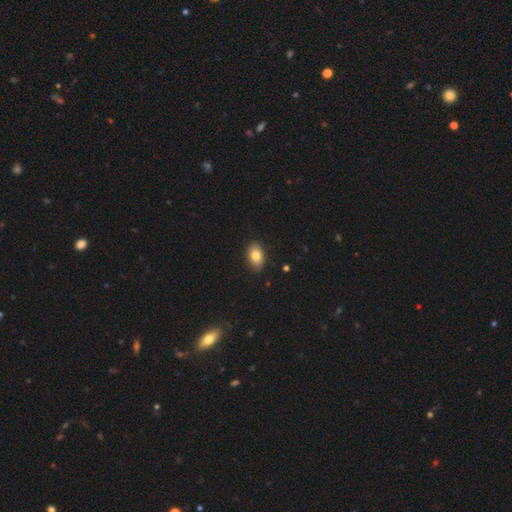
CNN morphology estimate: smooth-or-featured: smooth: 82% | featured or disk: 10% | star or artifact: 8%
  how-rounded: in between: 87% | round: 12% | cigar-shaped: 2%
  merging: none: 87% | minor disturbance: 10% | major disturbance: 2% | merger: 1%